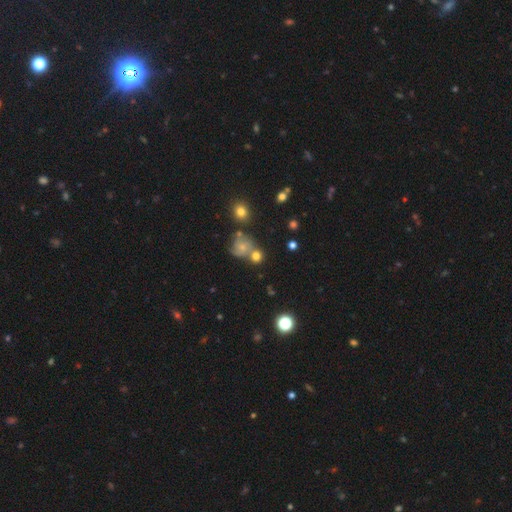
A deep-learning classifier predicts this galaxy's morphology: The model was most divided on "merging": none: 54%, merger: 28%, minor disturbance: 12%, major disturbance: 6%. More confident: how rounded — round (82%); smooth or featured — smooth (63%).